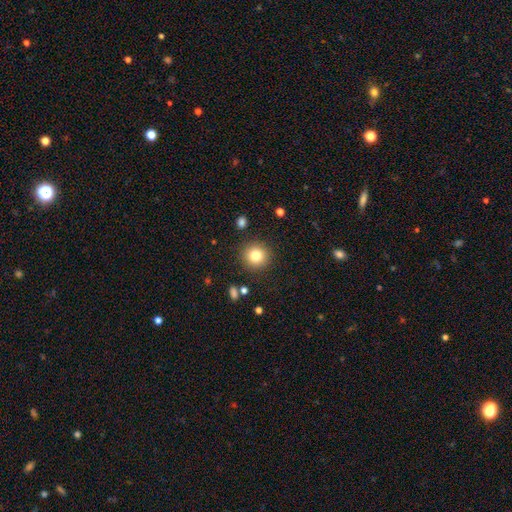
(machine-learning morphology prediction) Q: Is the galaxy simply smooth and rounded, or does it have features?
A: smooth — 81%.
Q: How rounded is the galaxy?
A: round — 93%.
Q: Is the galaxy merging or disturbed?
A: none — 89%.